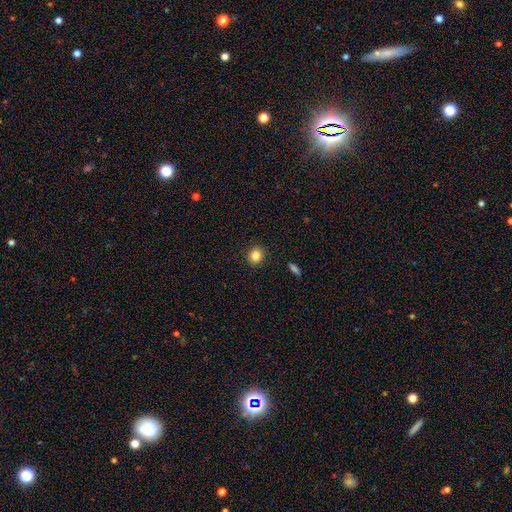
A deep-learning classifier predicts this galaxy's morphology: This appears to be a smooth galaxy with no disk features (84%) that is round (80%). Merging: none (91%).